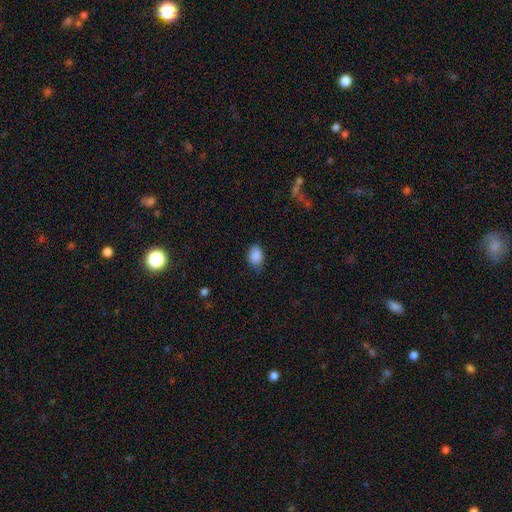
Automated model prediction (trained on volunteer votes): A smooth galaxy with no disk features (88%) that is in between round and cigar-shaped (83%). Merging: none (69%).